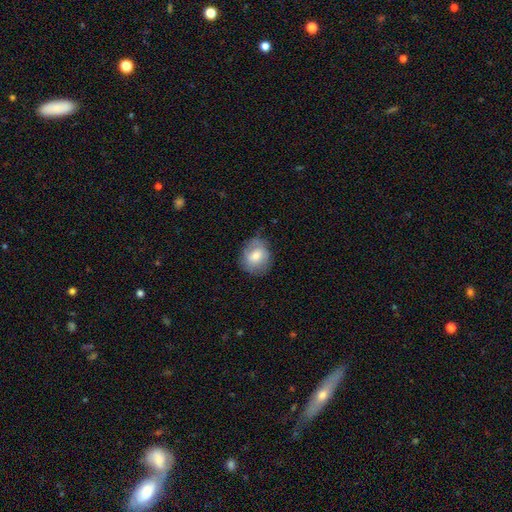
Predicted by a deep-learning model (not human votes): smooth_or_featured: smooth (p=0.68) [alt: featured or disk p=0.25]
how_rounded: round (p=0.70) [alt: in between p=0.29]
merging: none (p=0.72) [alt: minor disturbance p=0.21]